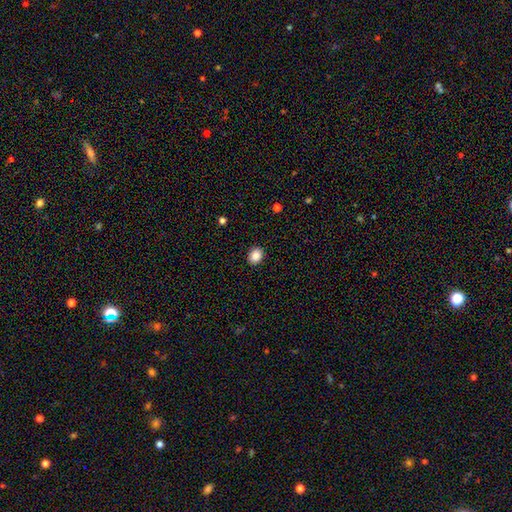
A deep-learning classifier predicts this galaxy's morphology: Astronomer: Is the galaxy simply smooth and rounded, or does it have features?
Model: smooth — 87%.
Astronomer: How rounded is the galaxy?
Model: round — 58% (runner-up: in between, 41%).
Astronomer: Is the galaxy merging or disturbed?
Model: none — 91%.